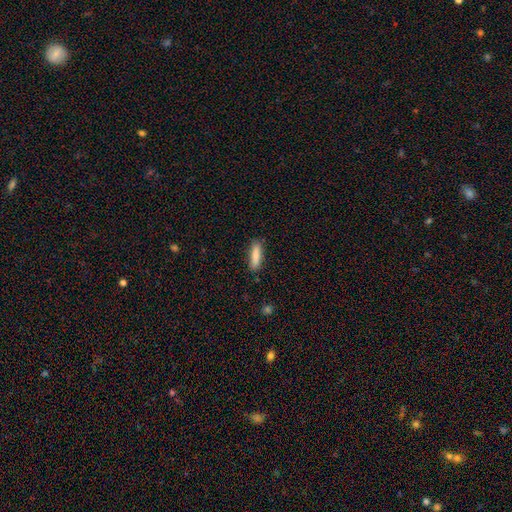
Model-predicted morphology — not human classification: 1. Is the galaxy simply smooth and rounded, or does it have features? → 83% smooth, 11% featured or disk, 6% star or artifact.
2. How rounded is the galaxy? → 64% cigar-shaped, 34% in between, 2% round.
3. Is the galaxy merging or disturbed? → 83% none, 13% minor disturbance, 2% major disturbance, 2% merger.